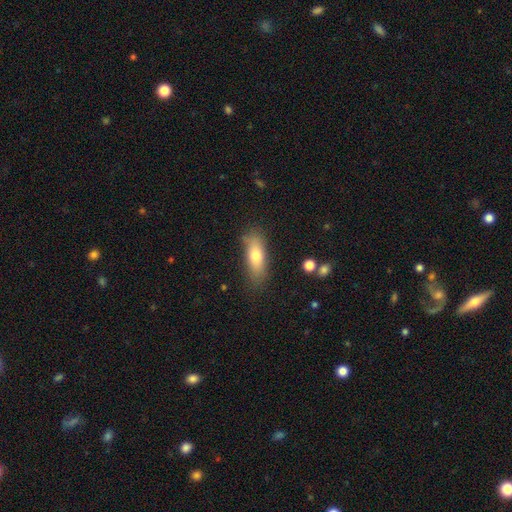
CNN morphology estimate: Q: Smooth or featured?
A: smooth (72%); runner-up: featured or disk (20%)
Q: How rounded?
A: in between (64%); runner-up: cigar-shaped (32%)
Q: Merging?
A: none (75%); runner-up: minor disturbance (17%)